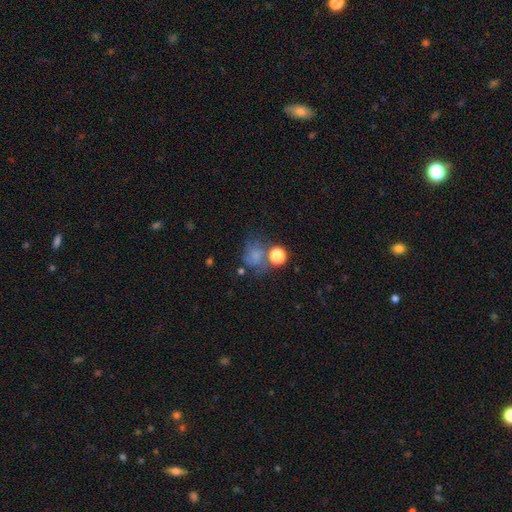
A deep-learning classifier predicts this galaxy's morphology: type=smooth (57%); roundness=round (66%); merging=none (41%).